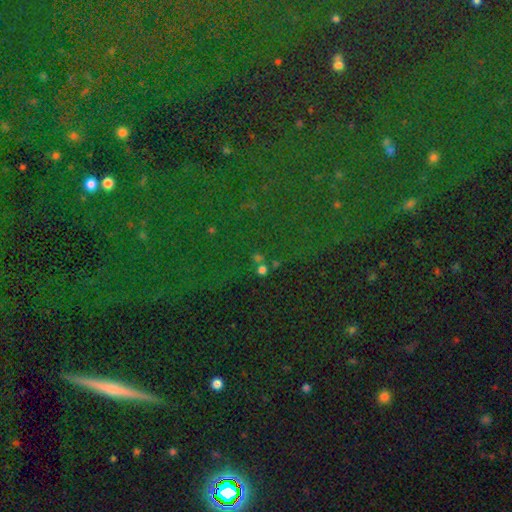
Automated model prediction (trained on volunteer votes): Q: Smooth or featured?
A: star or artifact (76%); runner-up: smooth (12%)